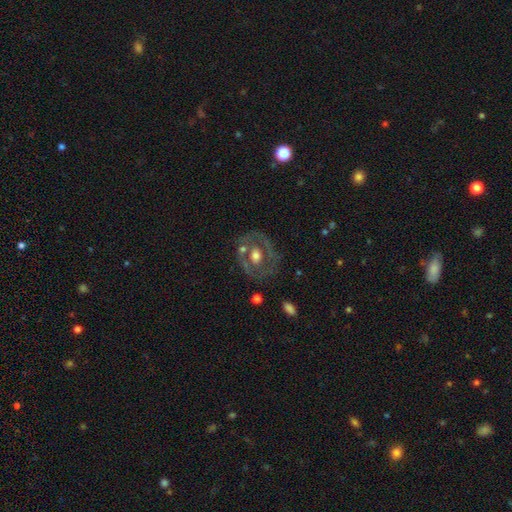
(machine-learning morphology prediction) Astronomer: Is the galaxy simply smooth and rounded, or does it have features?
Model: featured or disk — 59% (runner-up: smooth, 34%).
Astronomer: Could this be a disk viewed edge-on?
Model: no — 95%.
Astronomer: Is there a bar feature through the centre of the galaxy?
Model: no — 80%.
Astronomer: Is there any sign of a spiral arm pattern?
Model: no — 80%.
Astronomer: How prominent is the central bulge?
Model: moderate — 64%.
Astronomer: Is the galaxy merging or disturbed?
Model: none — 65%.